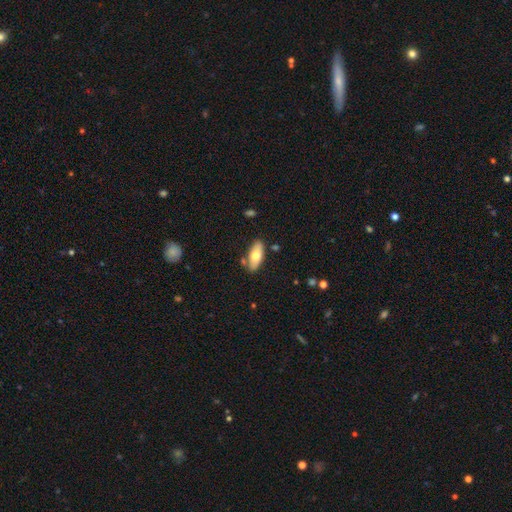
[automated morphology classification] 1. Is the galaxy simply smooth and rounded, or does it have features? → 70% smooth, 24% featured or disk, 6% star or artifact.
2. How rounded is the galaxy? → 85% in between, 13% cigar-shaped, 2% round.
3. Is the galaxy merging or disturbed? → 80% none, 12% minor disturbance, 5% merger, 3% major disturbance.